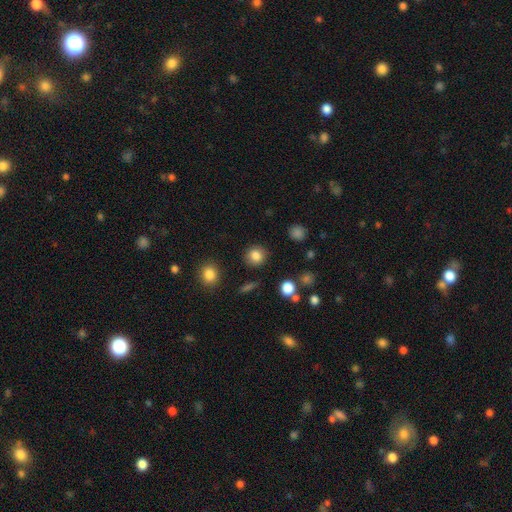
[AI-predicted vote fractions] A smooth galaxy with no disk features (83%) that is round (89%). Merging: none (88%).